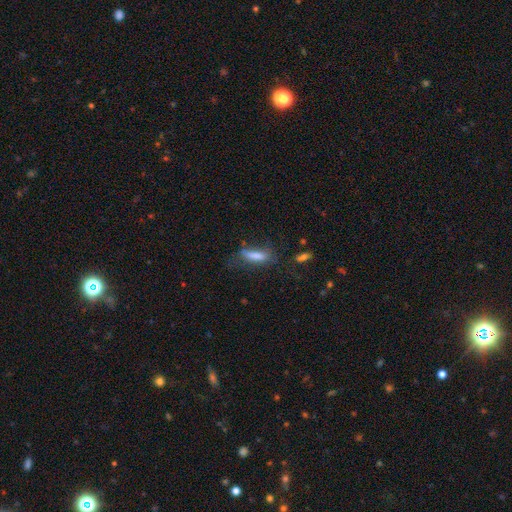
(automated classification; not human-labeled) Smooth or featured? smooth (74%)
How rounded? cigar-shaped (64%)
Merging? none (49%)